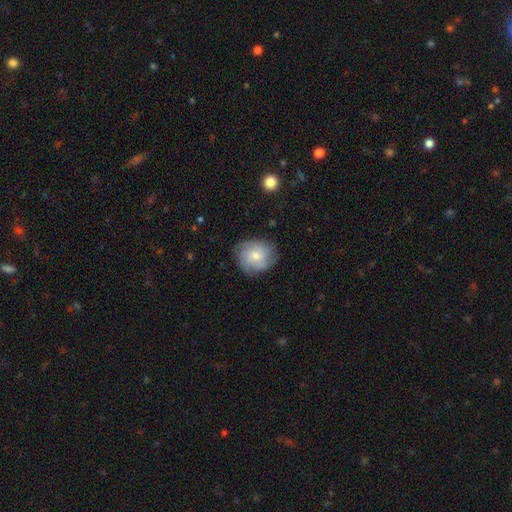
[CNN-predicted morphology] Smooth or featured?
  - smooth: 47% *
  - featured or disk: 45%
  - star or artifact: 8%
Merging?
  - none: 76% *
  - minor disturbance: 18%
  - major disturbance: 5%
  - merger: 1%